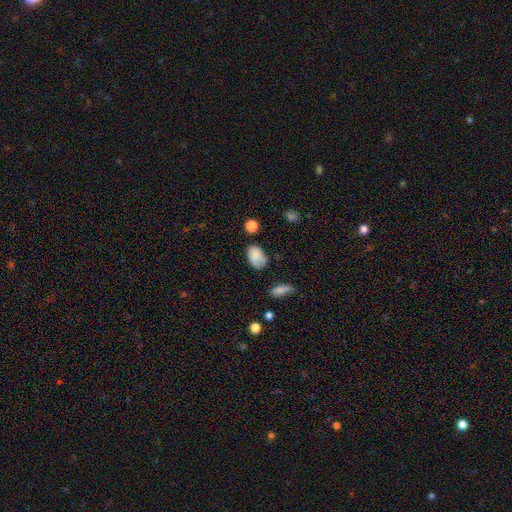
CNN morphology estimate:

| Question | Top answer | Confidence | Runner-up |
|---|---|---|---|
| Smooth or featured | smooth | 81% | featured or disk (10%) |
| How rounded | in between | 86% | round (12%) |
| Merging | none | 59% | minor disturbance (29%) |